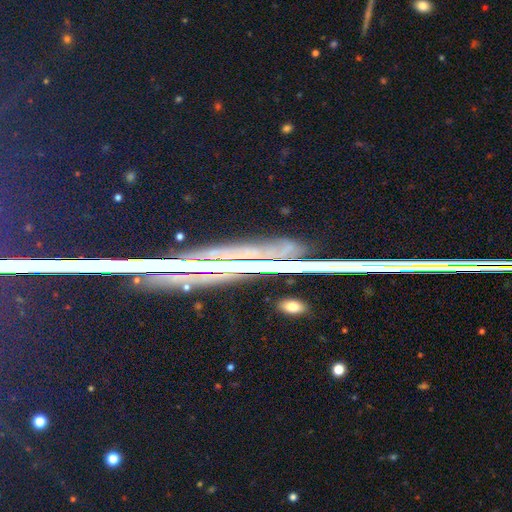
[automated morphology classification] Smooth or featured? star or artifact (59%)